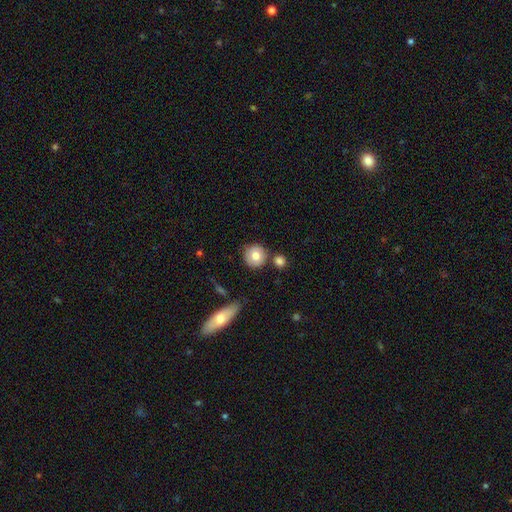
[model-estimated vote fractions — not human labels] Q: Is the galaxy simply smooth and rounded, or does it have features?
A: smooth — 78%.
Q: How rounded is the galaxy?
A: round — 92%.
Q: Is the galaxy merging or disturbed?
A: none — 78%.